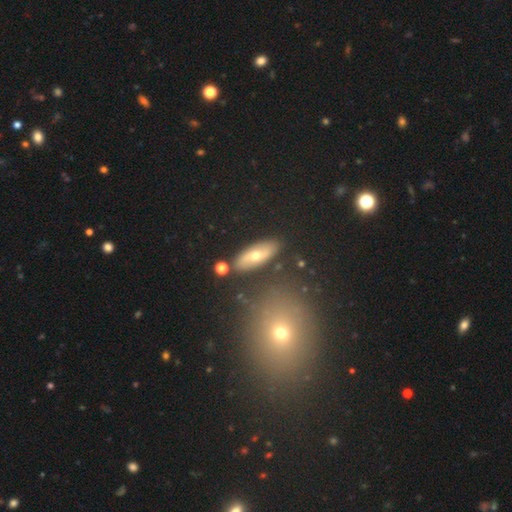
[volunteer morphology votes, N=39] featured or disk 56%, smooth 41%, star or artifact 3%. Down the decision tree: edge-on disk — no (73%); bar — no (75%); spiral arms — no (62%); bulge size — moderate (56%); merging — none (84%).